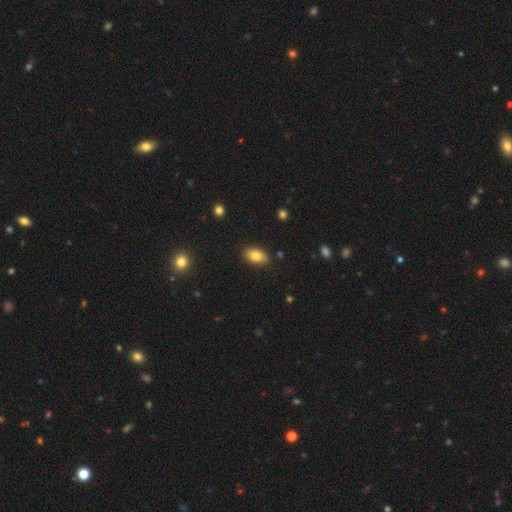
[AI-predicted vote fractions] This is clearly a smooth galaxy (80%). How rounded: clearly in between (91%). Merging: clearly none (87%).